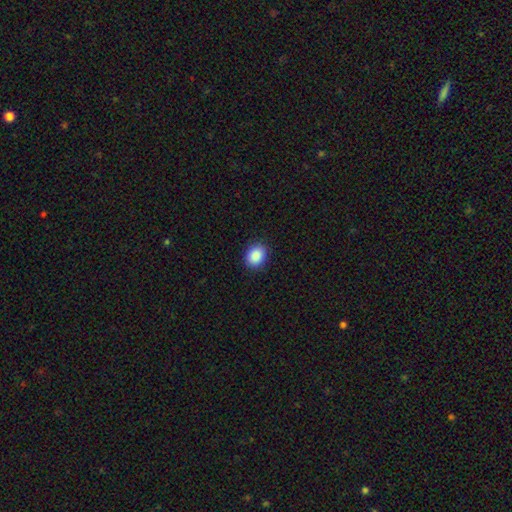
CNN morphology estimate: This is clearly a smooth galaxy (89%). How rounded: possibly in between (54%). Merging: clearly none (89%).